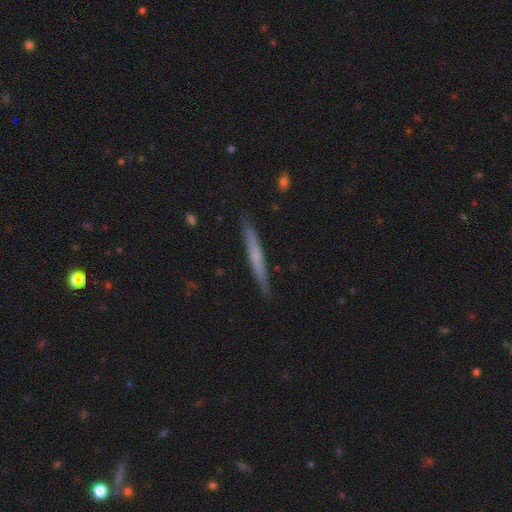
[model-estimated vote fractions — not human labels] Overall: featured or disk (47%, tied with smooth). Merging: none (90%).